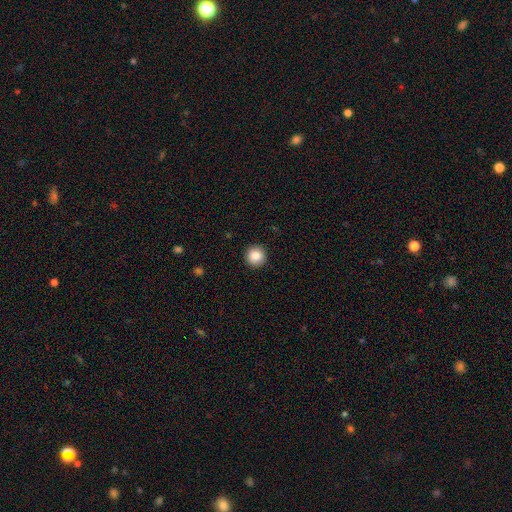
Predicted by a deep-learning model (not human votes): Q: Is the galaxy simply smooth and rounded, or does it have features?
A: smooth — 87%.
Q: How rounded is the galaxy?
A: round — 95%.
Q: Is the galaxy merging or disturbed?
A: none — 92%.